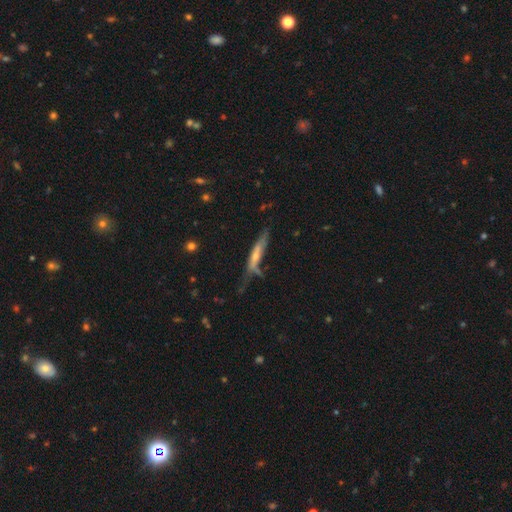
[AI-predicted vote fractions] Overall: featured or disk (50%; smooth 44%). Merging: none (47%; minor disturbance 30%).